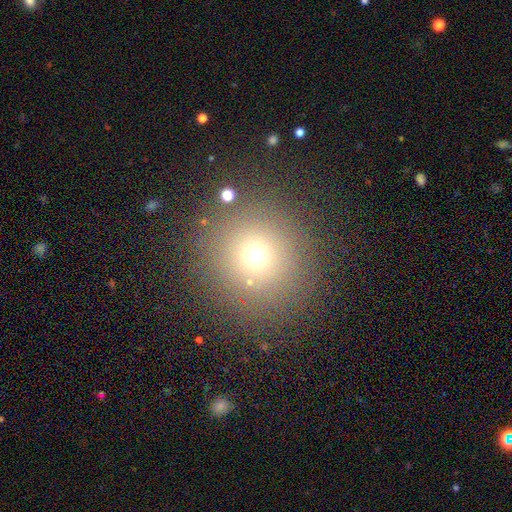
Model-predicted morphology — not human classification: A smooth galaxy with no disk features (67%) that is round (92%). Merging: none (85%).